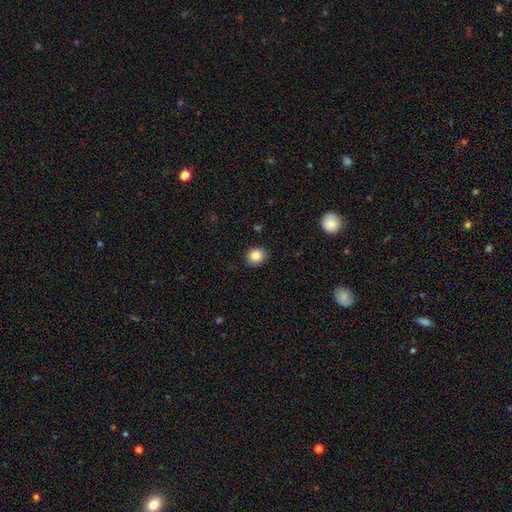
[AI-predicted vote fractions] A smooth galaxy with no disk features (84%) that is round (71%). Merging: none (88%).